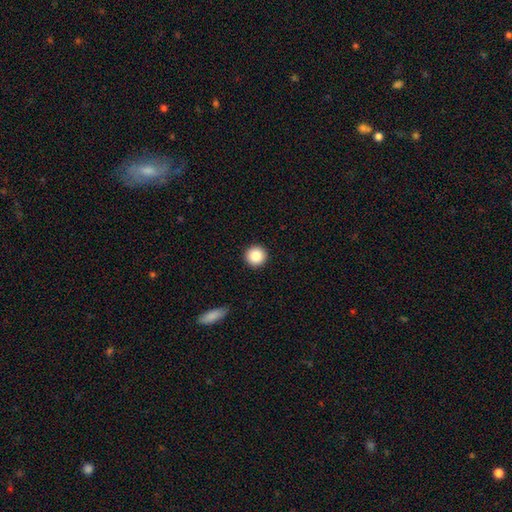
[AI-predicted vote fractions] Smooth or featured? Predicted: smooth (p=0.86). How rounded? Predicted: round (p=0.96). Merging? Predicted: none (p=0.93).